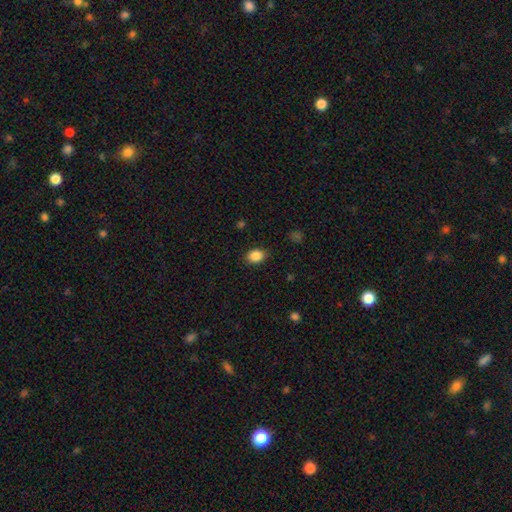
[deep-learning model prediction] Morphology: type=smooth (87%); roundness=in between (64%); merging=none (85%).